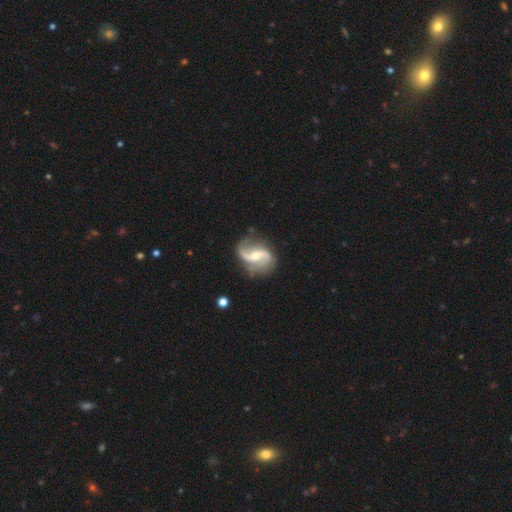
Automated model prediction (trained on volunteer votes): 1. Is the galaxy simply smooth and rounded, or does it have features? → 90% featured or disk, 5% smooth, 5% star or artifact.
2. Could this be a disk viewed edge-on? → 98% no, 2% yes.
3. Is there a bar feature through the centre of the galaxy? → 43% weak, 37% no, 21% strong.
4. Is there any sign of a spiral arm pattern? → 97% yes, 3% no.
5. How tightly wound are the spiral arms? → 61% loose, 31% medium, 7% tight.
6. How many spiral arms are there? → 92% 2, 2% can't tell, 2% 3, 2% 1, 1% 4, 1% more than 4.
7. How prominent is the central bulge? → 51% moderate, 44% small, 2% large, 2% none, 1% dominant.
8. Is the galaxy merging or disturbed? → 73% none, 17% minor disturbance, 8% major disturbance, 2% merger.